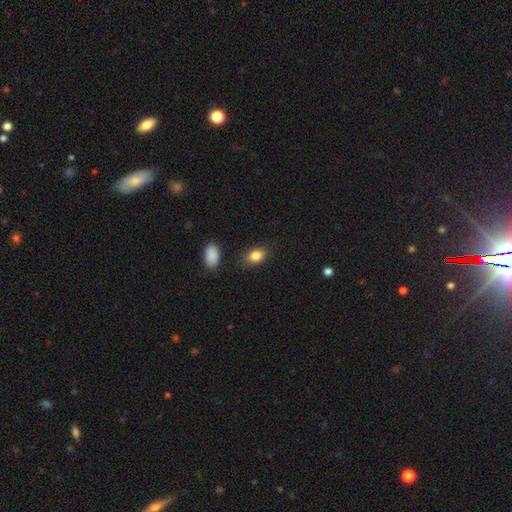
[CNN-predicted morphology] smooth 86%, star or artifact 8%, featured or disk 6%. Down the decision tree: how rounded — in between (82%); merging — none (83%).